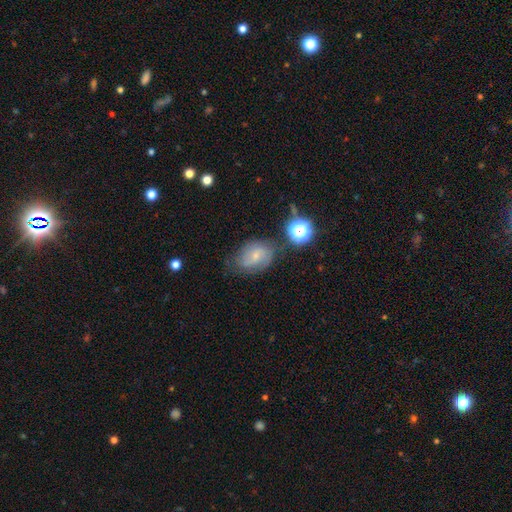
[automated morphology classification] Smooth or featured? Predicted: featured or disk (p=0.47). Merging? Predicted: none (p=0.59).